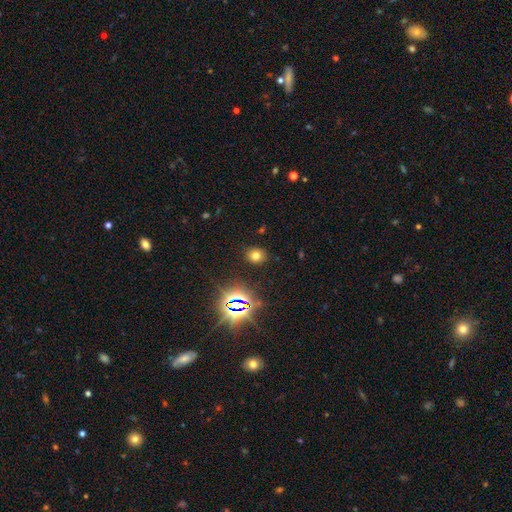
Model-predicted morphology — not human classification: type=smooth (67%); roundness=round (72%); merging=none (88%).